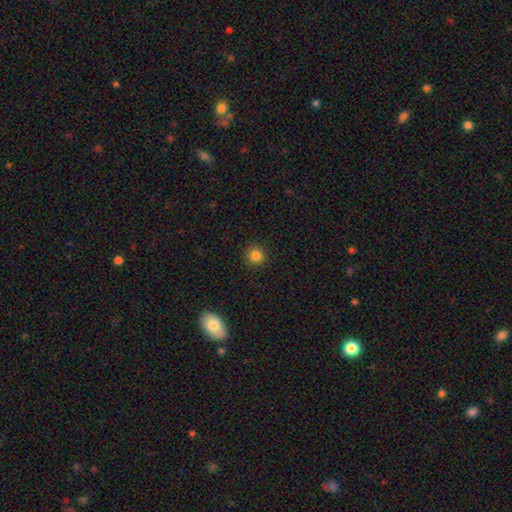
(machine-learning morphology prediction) smooth 84%, star or artifact 12%, featured or disk 4%. Down the decision tree: how rounded — round (94%); merging — none (92%).